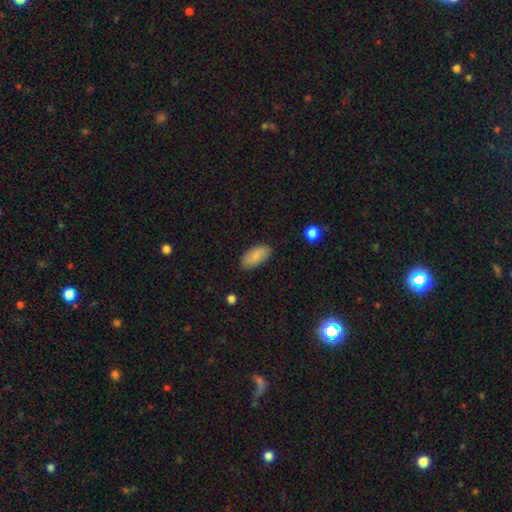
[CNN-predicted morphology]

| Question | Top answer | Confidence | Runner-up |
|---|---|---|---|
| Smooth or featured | smooth | 83% | featured or disk (10%) |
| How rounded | in between | 93% | cigar-shaped (5%) |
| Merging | none | 83% | minor disturbance (13%) |